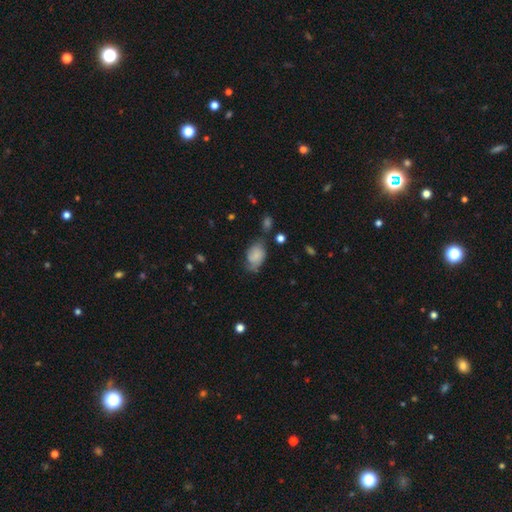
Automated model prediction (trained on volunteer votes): This is likely a smooth galaxy (69%). How rounded: clearly in between (85%). Merging: possibly none (46%).